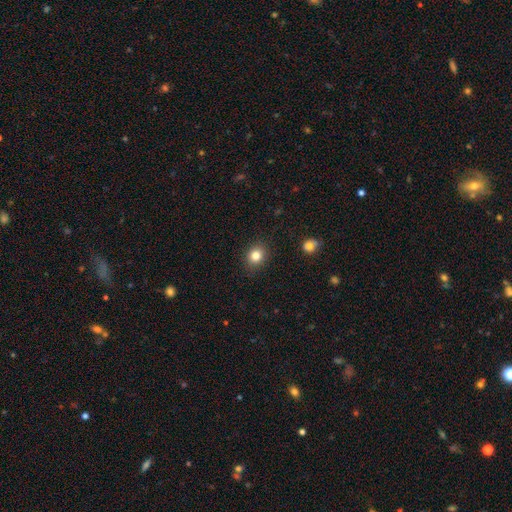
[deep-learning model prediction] Overall: smooth (82%). How rounded: round (67%; in between 32%). Merging: none (87%).